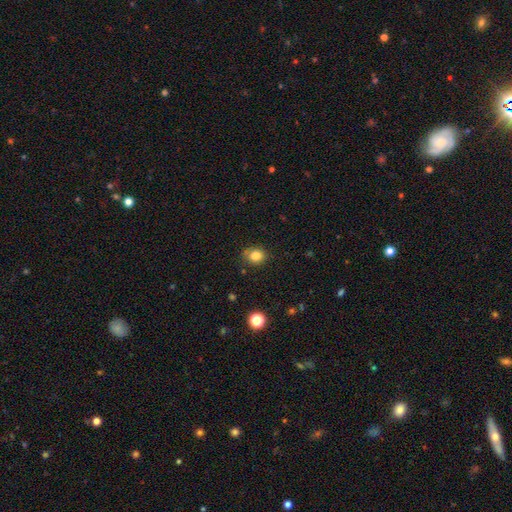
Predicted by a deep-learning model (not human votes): A smooth galaxy with no disk features (82%) that is round (74%).

Vote fractions:
- Smooth or featured? smooth: 82% / star or artifact: 12% / featured or disk: 6%
- How rounded? round: 74% / in between: 26% / cigar-shaped: 1%
- Merging? none: 80% / minor disturbance: 14% / major disturbance: 3% / merger: 3%